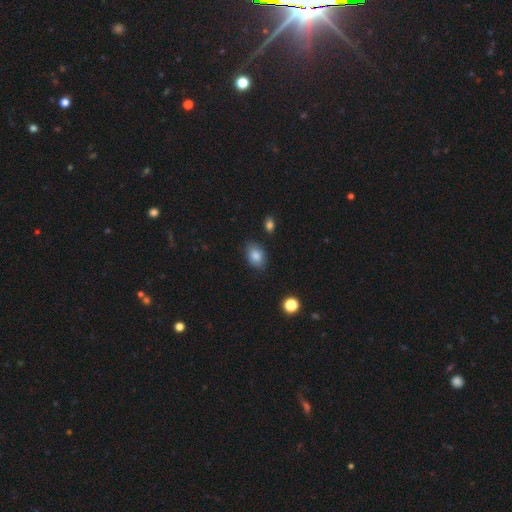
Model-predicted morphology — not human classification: This is clearly a smooth galaxy (84%). How rounded: clearly in between (81%). Merging: likely none (79%).